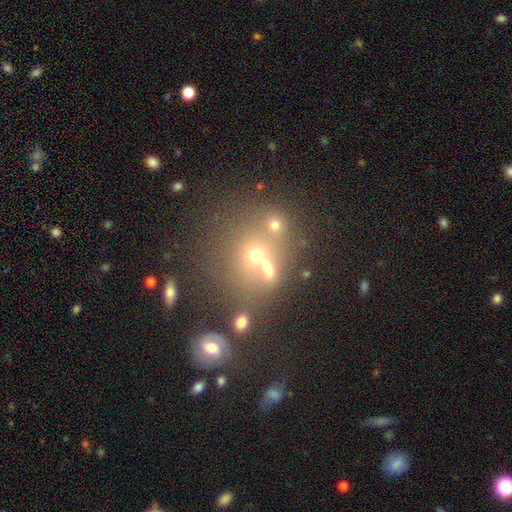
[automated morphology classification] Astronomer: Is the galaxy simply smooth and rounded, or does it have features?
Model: smooth — 45% (runner-up: star or artifact, 32%).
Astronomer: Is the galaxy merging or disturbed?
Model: none — 43%, tied with merger at 43%.